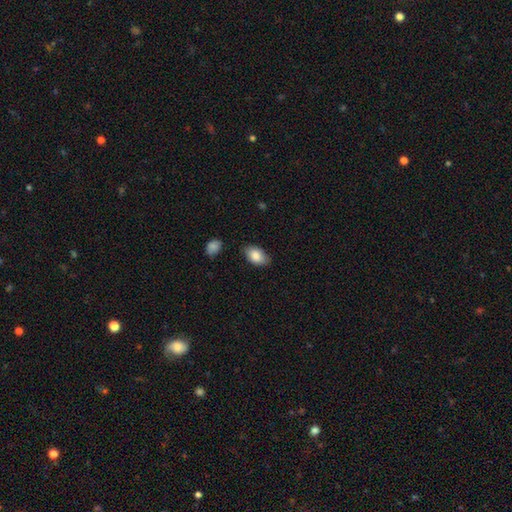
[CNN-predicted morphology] smooth 86%, featured or disk 8%, star or artifact 7%. Down the decision tree: how rounded — in between (92%); merging — none (79%).